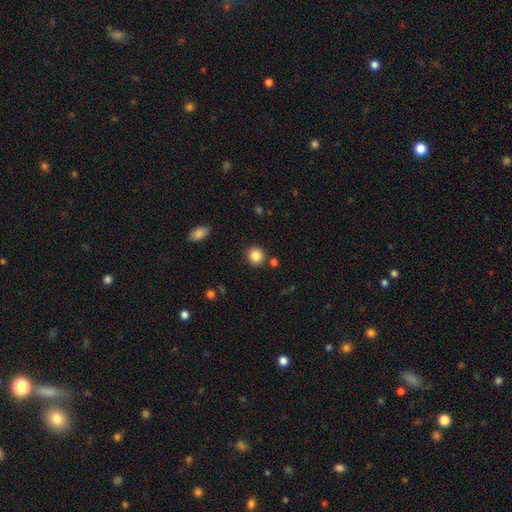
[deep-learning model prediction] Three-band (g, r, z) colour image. It shows a smooth galaxy with no disk features (85%) that is round (91%). Merging: none (88%).